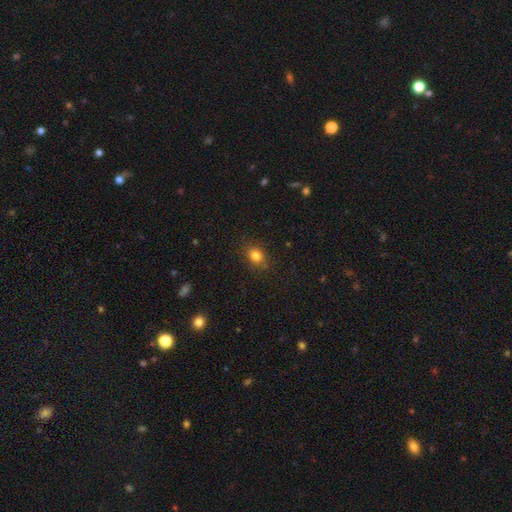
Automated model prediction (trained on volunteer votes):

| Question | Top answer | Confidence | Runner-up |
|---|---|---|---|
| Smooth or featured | smooth | 82% | star or artifact (11%) |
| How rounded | in between | 56% | round (43%) |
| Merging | none | 82% | minor disturbance (13%) |